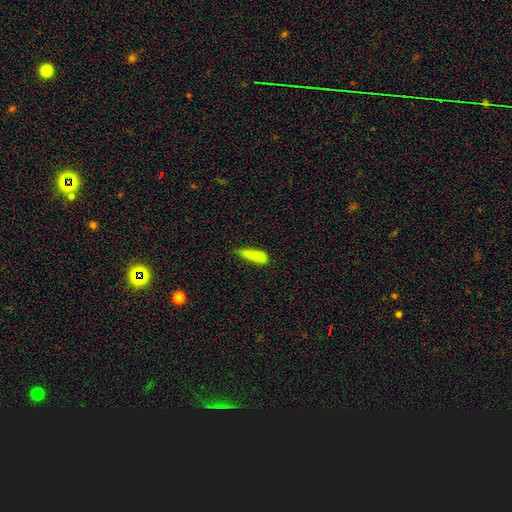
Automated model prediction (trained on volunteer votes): The model was most divided on "merging": none: 63%, minor disturbance: 27%, major disturbance: 7%, merger: 3%. More confident: smooth or featured — smooth (83%); how rounded — cigar-shaped (77%).